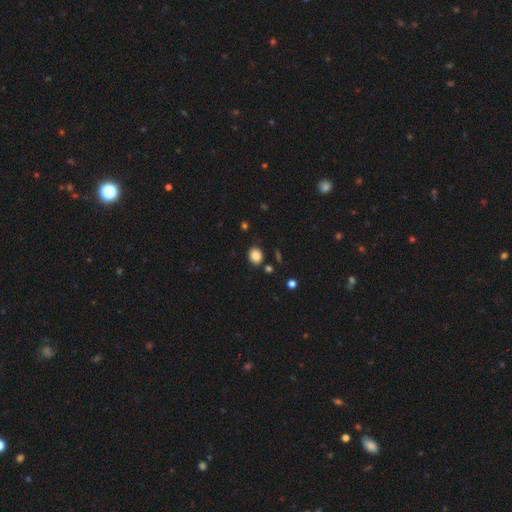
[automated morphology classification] A smooth galaxy with no disk features (85%) that is round (58%).

Vote fractions:
- Smooth or featured? smooth: 85% / star or artifact: 10% / featured or disk: 5%
- How rounded? round: 58% / in between: 41% / cigar-shaped: 1%
- Merging? none: 85% / minor disturbance: 9% / merger: 3% / major disturbance: 2%